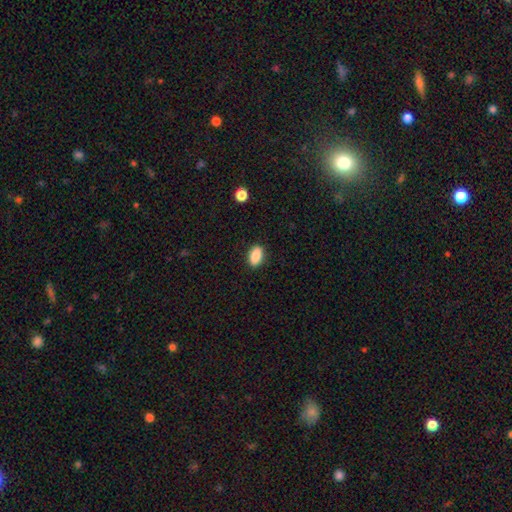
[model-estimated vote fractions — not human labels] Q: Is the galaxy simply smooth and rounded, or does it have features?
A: smooth — 88%.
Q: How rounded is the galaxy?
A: in between — 89%.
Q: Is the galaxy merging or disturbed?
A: none — 89%.